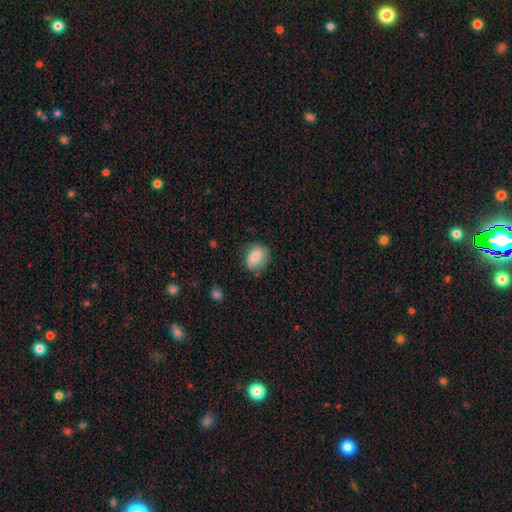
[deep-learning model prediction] Smooth or featured? smooth (79%)
How rounded? in between (53%)
Merging? none (73%)